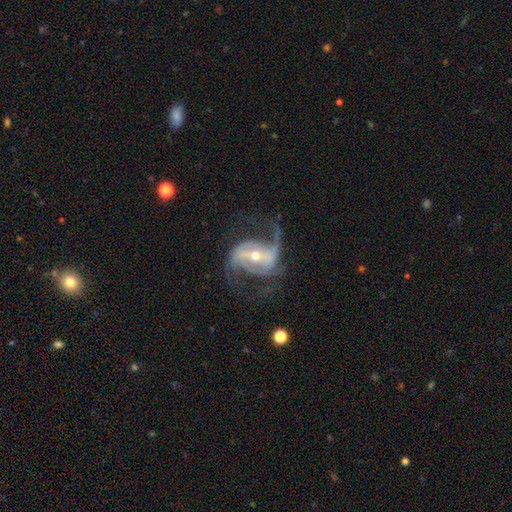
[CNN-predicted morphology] type=featured or disk (90%); edge-on=no (97%); bar=strong (48%); spiral arms=yes (97%); winding=loose (44%, tied with medium); arm count=2 (77%); bulge=moderate (52%); merging=none (63%).